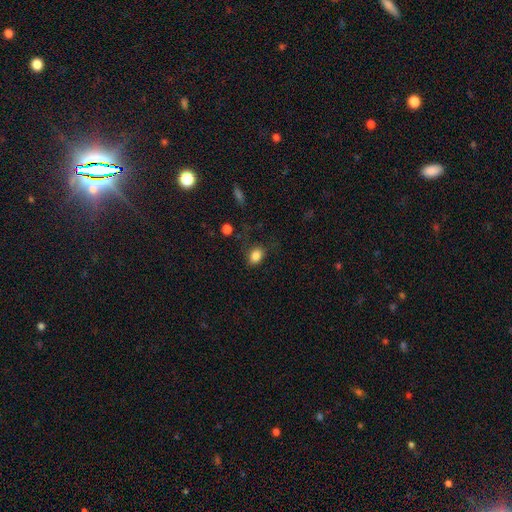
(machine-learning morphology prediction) smooth_or_featured: smooth (p=0.84) [alt: star or artifact p=0.11]
how_rounded: in between (p=0.64) [alt: round p=0.35]
merging: none (p=0.71) [alt: minor disturbance p=0.19]